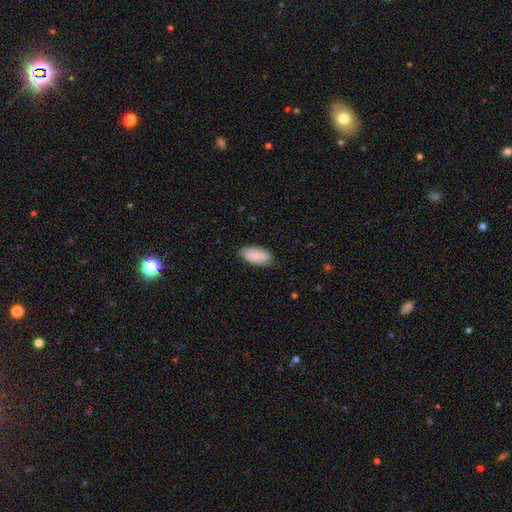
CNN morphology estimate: This appears to be a smooth galaxy with no disk features (79%) that is in between round and cigar-shaped (92%). Merging: none (80%).